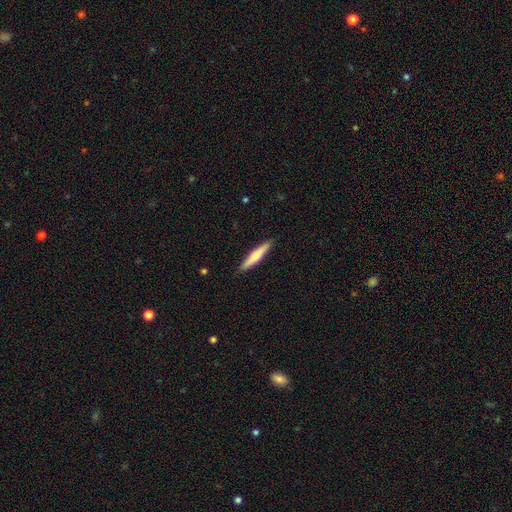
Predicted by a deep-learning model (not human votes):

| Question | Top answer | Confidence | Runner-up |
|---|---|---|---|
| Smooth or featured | smooth | 55% | featured or disk (40%) |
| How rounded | cigar-shaped | 90% | in between (9%) |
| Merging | none | 90% | minor disturbance (7%) |